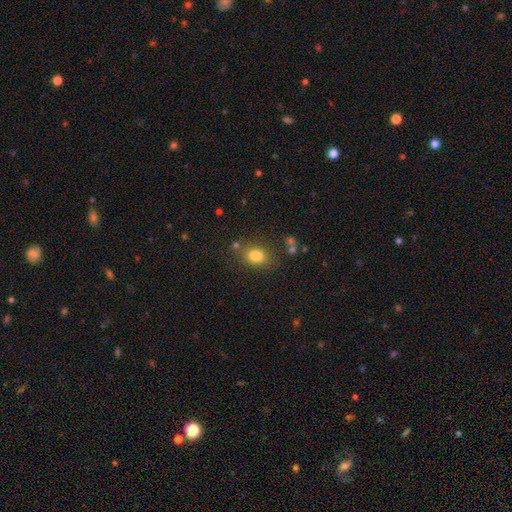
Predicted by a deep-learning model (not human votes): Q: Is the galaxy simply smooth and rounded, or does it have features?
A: smooth — 81%.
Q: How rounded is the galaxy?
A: in between — 68%.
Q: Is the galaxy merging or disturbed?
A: none — 72%.